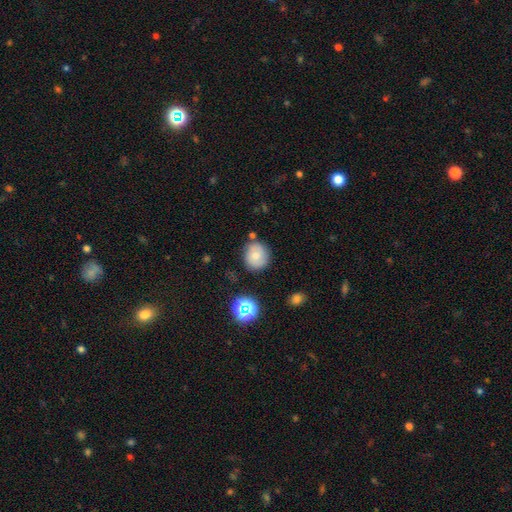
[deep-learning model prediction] smooth 71%, featured or disk 17%, star or artifact 12%. Down the decision tree: how rounded — round (82%); merging — none (78%).